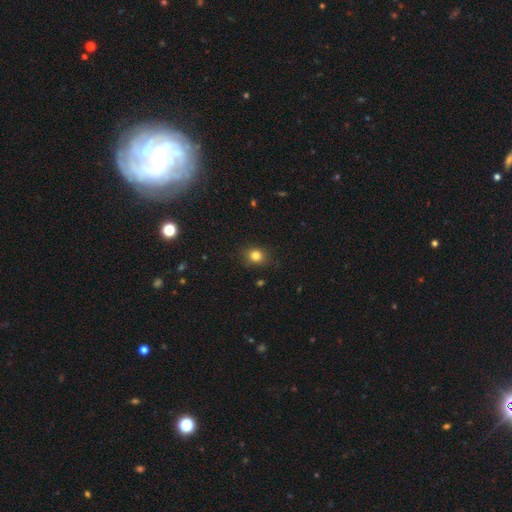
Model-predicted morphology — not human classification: smooth_or_featured: smooth (p=0.82) [alt: star or artifact p=0.12]
how_rounded: round (p=0.63) [alt: in between p=0.36]
merging: none (p=0.85) [alt: minor disturbance p=0.12]